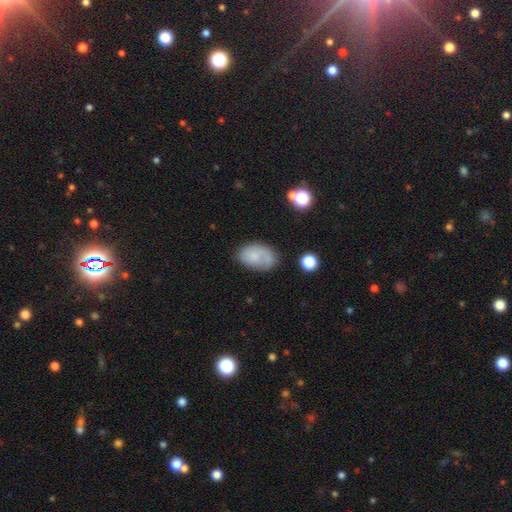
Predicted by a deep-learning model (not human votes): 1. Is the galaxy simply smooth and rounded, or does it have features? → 63% smooth, 28% featured or disk, 9% star or artifact.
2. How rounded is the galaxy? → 88% in between, 10% round, 1% cigar-shaped.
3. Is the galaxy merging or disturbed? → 53% none, 27% minor disturbance, 12% major disturbance, 8% merger.